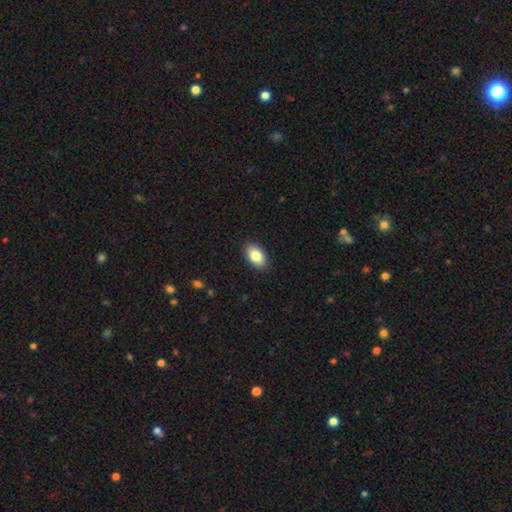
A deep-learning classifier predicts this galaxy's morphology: Overall: smooth (83%). How rounded: in between (90%). Merging: none (90%).